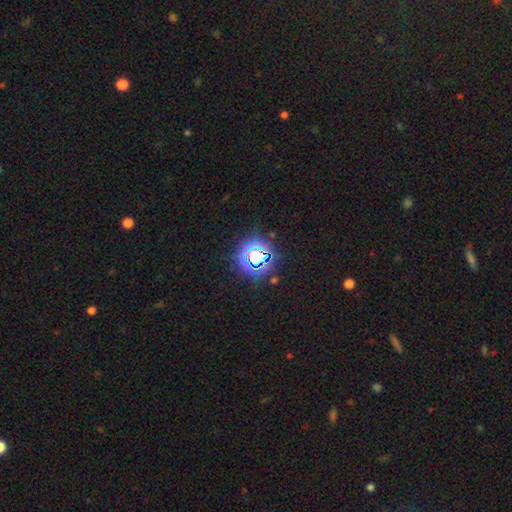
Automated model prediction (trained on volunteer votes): Smooth or featured? Predicted: star or artifact (p=0.71).